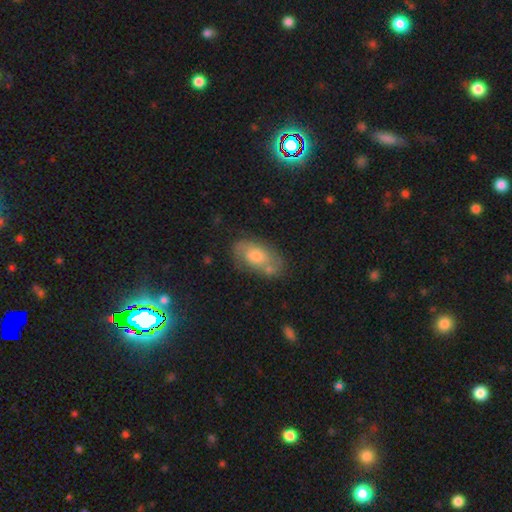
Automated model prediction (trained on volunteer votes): This appears to be a smooth galaxy with no disk features (48%). Merging: none (58%).